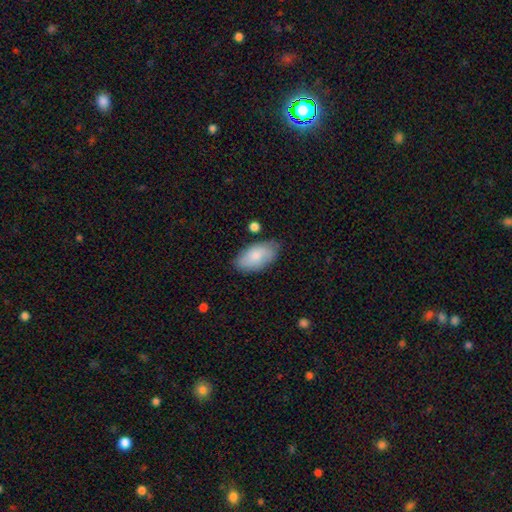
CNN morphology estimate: smooth 73%, featured or disk 21%, star or artifact 6%. Down the decision tree: how rounded — in between (94%); merging — none (73%).